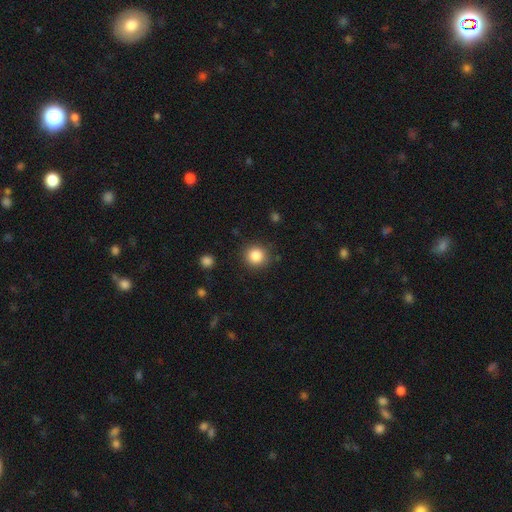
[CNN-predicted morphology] This is clearly a smooth galaxy (85%). How rounded: clearly round (93%). Merging: clearly none (88%).